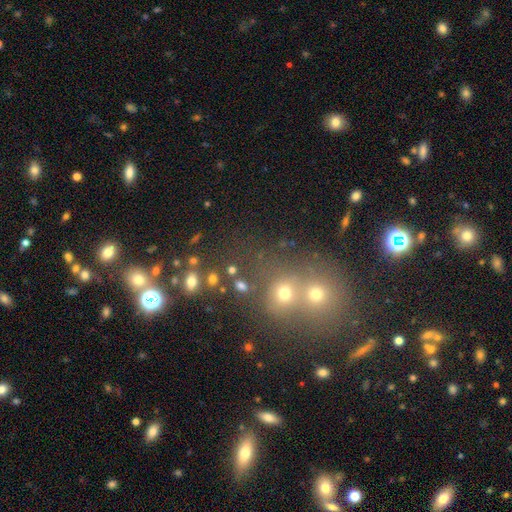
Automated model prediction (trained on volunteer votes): smooth_or_featured: smooth (p=0.46) [alt: star or artifact p=0.41]
merging: none (p=0.46) [alt: merger p=0.43]